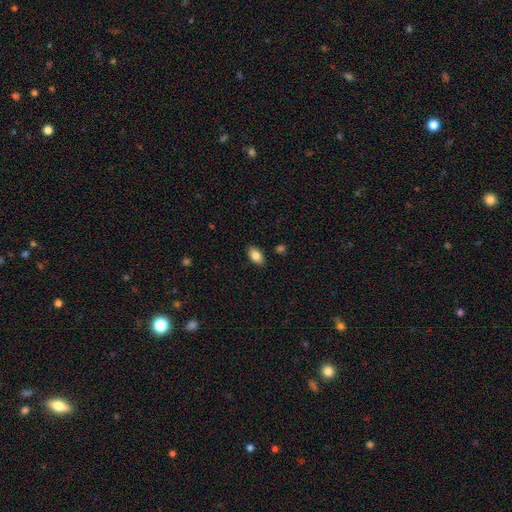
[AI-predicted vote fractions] This is clearly a smooth galaxy (84%). How rounded: clearly in between (92%). Merging: clearly none (87%).